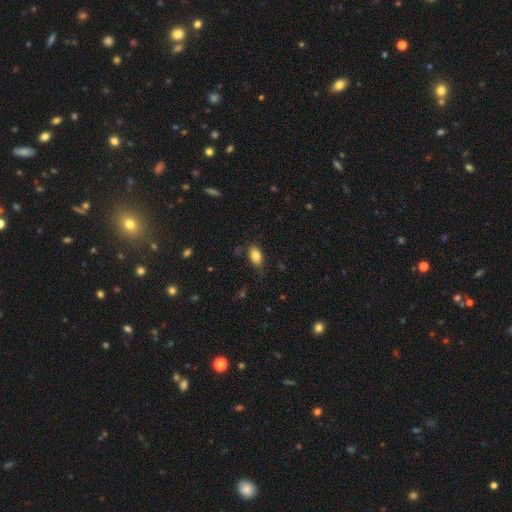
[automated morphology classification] type=smooth (83%); roundness=in between (90%); merging=none (74%).